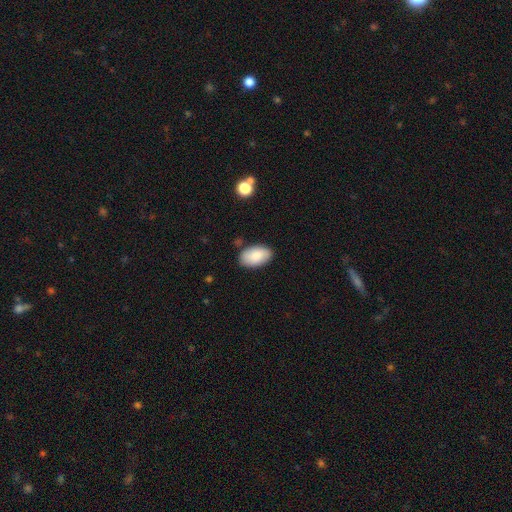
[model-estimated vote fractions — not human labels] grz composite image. It shows a smooth galaxy with no disk features (85%) that is in between round and cigar-shaped (94%). Merging: none (82%).